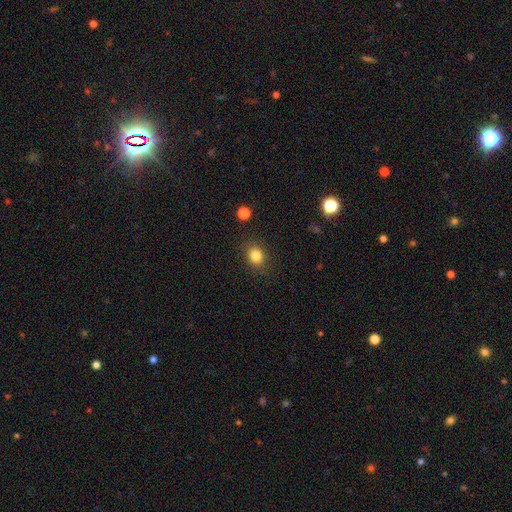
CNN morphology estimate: type=smooth (83%); roundness=round (60%); merging=none (85%).